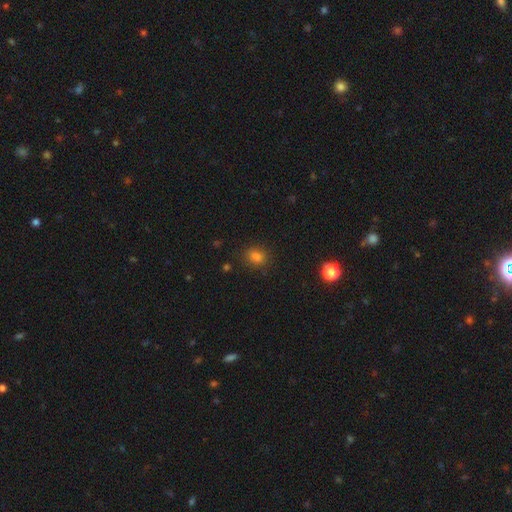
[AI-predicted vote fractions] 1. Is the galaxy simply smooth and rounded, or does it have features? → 76% smooth, 19% star or artifact, 6% featured or disk.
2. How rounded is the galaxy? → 58% round, 41% in between, 1% cigar-shaped.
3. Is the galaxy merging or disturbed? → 84% none, 11% minor disturbance, 3% major disturbance, 2% merger.